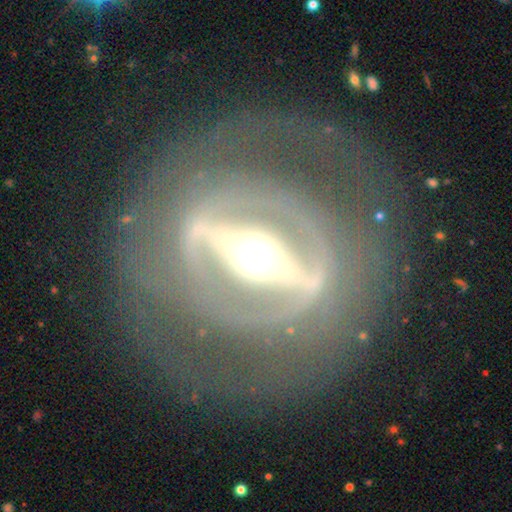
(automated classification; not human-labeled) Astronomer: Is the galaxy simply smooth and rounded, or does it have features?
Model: featured or disk — 86%.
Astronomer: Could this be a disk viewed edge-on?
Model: no — 82%.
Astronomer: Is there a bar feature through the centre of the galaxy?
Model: strong — 86%.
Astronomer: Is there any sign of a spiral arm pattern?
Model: no — 55% (runner-up: yes, 45%).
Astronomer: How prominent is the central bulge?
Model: moderate — 57%.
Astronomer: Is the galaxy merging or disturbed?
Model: none — 68%.